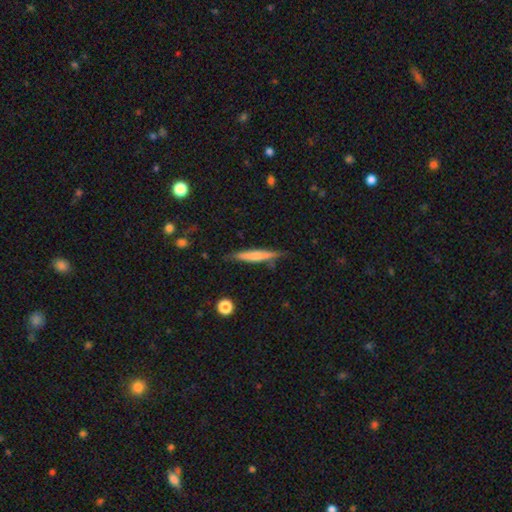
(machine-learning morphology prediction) The model was most divided on "smooth or featured": smooth: 55%, featured or disk: 38%, star or artifact: 6%. More confident: how rounded — cigar-shaped (92%); merging — none (80%).